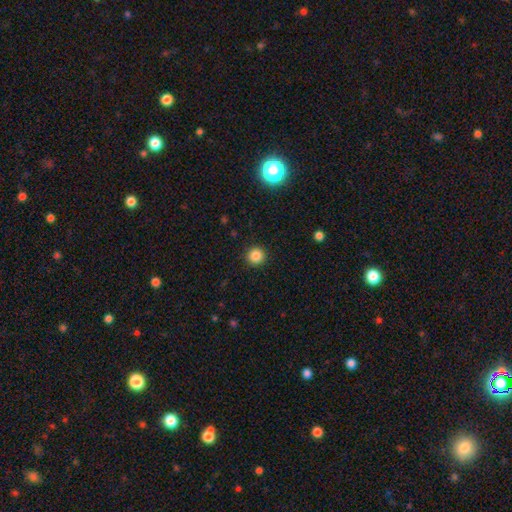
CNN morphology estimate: This appears to be a smooth galaxy with no disk features (85%) that is round (95%). Merging: none (92%).